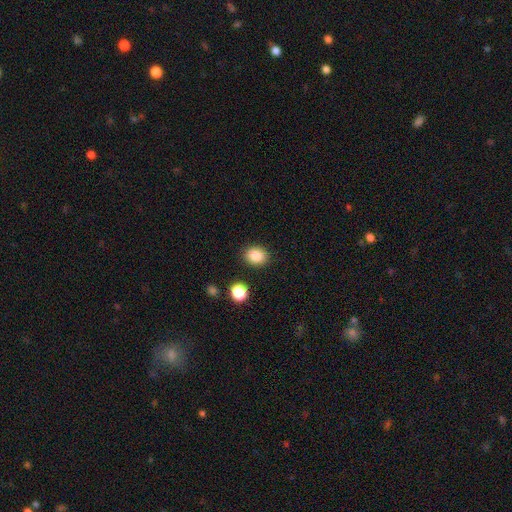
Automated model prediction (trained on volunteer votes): A smooth galaxy with no disk features (85%) that is round (55%). Merging: none (88%).